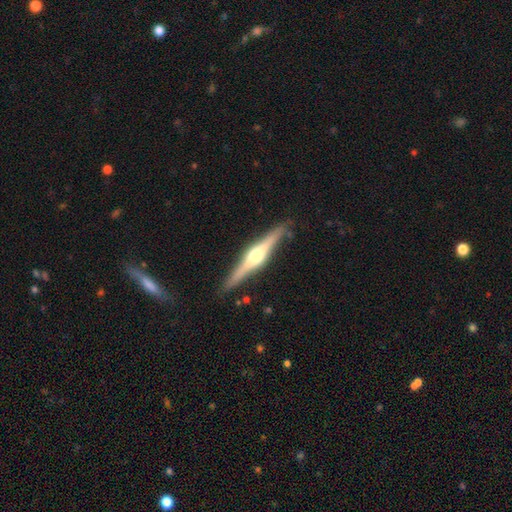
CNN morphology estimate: The model was most divided on "smooth or featured": featured or disk: 77%, smooth: 18%, star or artifact: 5%. More confident: edge-on disk — yes (98%); edge-on bulge — rounded (91%); merging — none (88%).